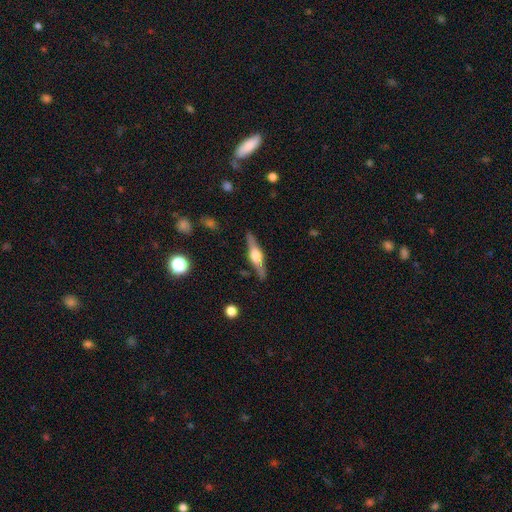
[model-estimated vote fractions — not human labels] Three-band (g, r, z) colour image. It shows a featured or disk galaxy (71%) viewed edge-on (96%) with a rounded central bulge (90%). Merging: none (88%).